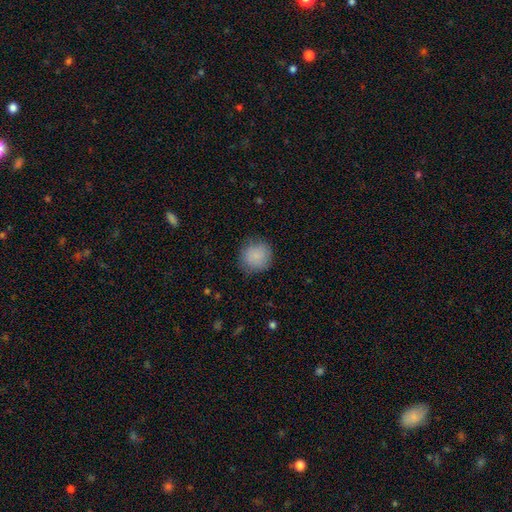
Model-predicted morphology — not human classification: A smooth galaxy with no disk features (87%) that is round (90%). Merging: none (81%).